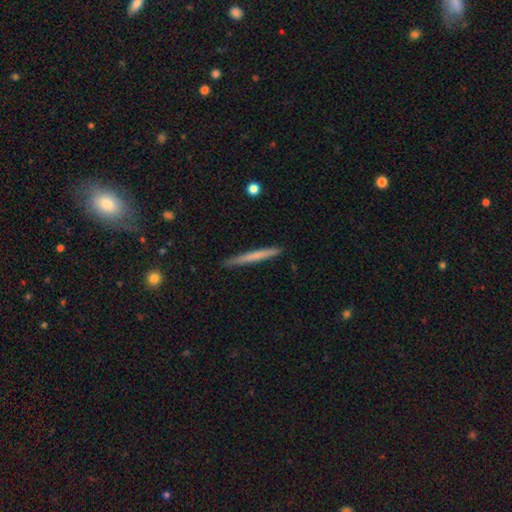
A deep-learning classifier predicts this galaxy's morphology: This appears to be a smooth galaxy with no disk features (60%) that is cigar-shaped (97%). Merging: none (90%).